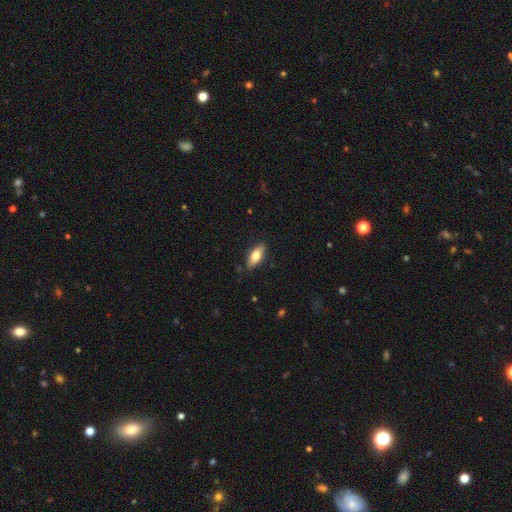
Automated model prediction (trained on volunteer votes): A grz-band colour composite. It shows a smooth galaxy with no disk features (70%) that is in between round and cigar-shaped (75%). Merging: none (86%).